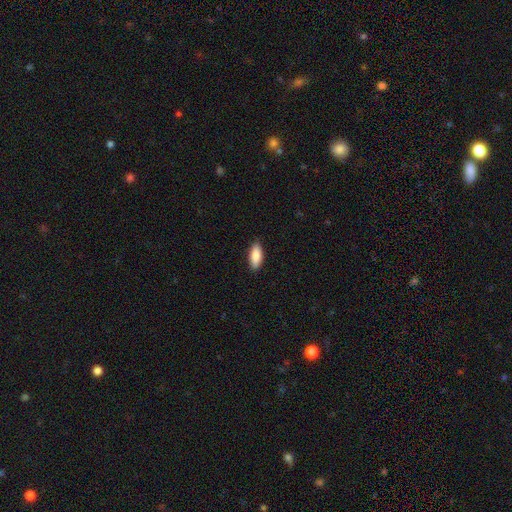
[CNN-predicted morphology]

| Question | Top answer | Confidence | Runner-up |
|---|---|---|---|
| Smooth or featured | smooth | 86% | featured or disk (8%) |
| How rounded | in between | 81% | cigar-shaped (17%) |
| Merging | none | 88% | minor disturbance (9%) |